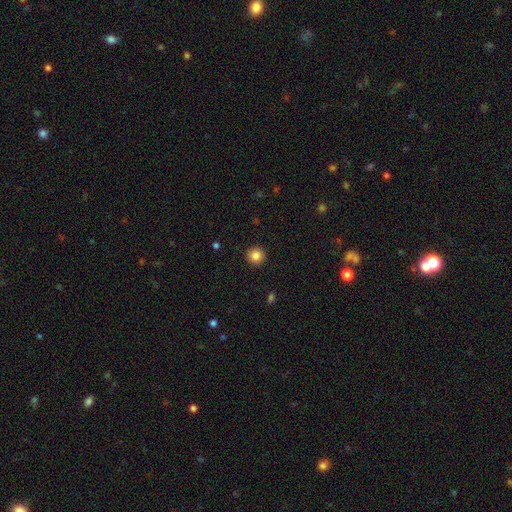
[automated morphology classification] type=smooth (85%); roundness=round (95%); merging=none (92%).